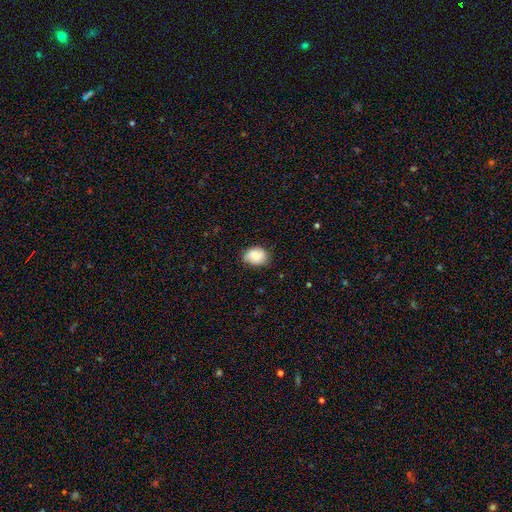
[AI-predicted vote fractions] The model was most divided on "how rounded": in between: 63%, round: 36%, cigar-shaped: 1%. More confident: smooth or featured — smooth (83%); merging — none (76%).